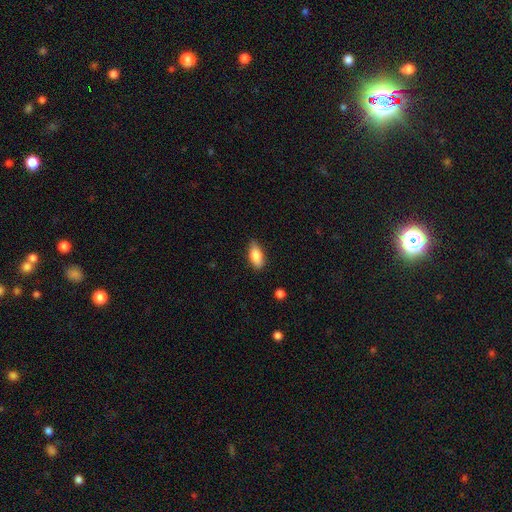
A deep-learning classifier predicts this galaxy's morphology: Q: Smooth or featured?
A: smooth (83%); runner-up: featured or disk (11%)
Q: How rounded?
A: in between (86%); runner-up: cigar-shaped (11%)
Q: Merging?
A: none (83%); runner-up: minor disturbance (13%)